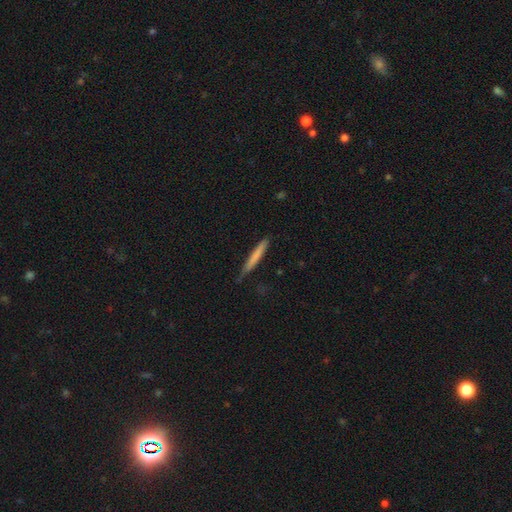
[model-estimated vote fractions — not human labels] Q: Smooth or featured?
A: smooth (71%); runner-up: featured or disk (23%)
Q: How rounded?
A: cigar-shaped (96%); runner-up: in between (3%)
Q: Merging?
A: none (78%); runner-up: minor disturbance (18%)